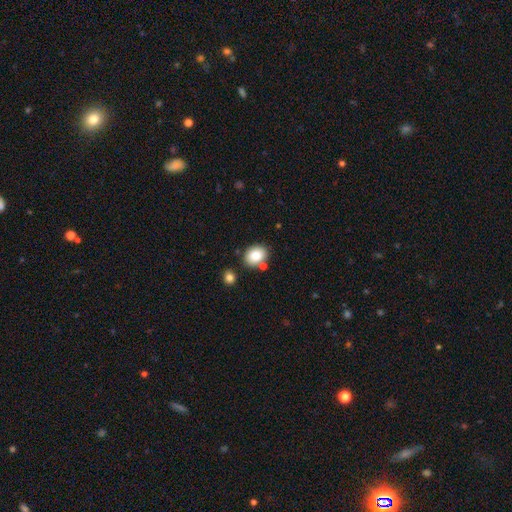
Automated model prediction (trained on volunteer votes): Q: Smooth or featured?
A: smooth (84%); runner-up: star or artifact (8%)
Q: How rounded?
A: in between (57%); runner-up: round (43%)
Q: Merging?
A: none (75%); runner-up: minor disturbance (12%)